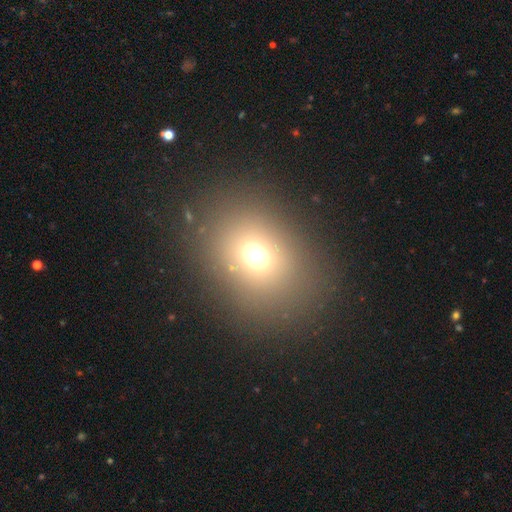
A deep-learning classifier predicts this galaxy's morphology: Smooth or featured? Predicted: smooth (p=0.67). How rounded? Predicted: round (p=0.53). Merging? Predicted: none (p=0.83).